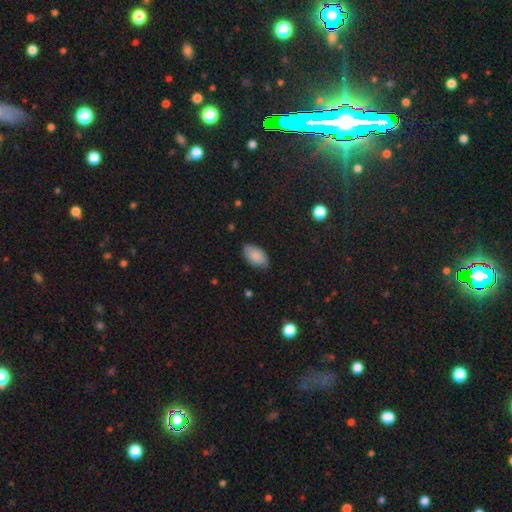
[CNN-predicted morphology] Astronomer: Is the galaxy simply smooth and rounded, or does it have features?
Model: smooth — 87%.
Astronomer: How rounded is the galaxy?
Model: in between — 95%.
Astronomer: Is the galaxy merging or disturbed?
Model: none — 80%.